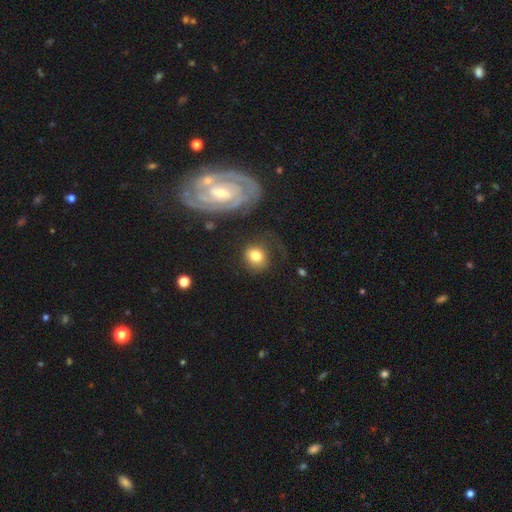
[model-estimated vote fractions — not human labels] Smooth or featured? smooth (72%)
How rounded? round (83%)
Merging? none (69%)